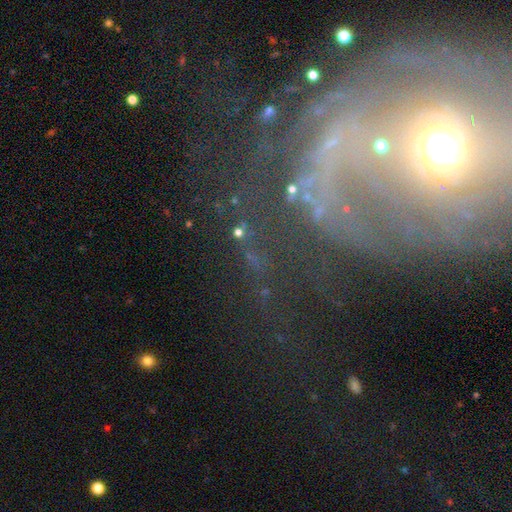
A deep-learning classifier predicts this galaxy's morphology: Smooth or featured? Predicted: featured or disk (p=0.65). Edge-on disk? Predicted: no (p=0.94). Bar? Predicted: no (p=0.53). Spiral arms? Predicted: yes (p=0.73). Bulge size? Predicted: small (p=0.54). Merging? Predicted: none (p=0.50).